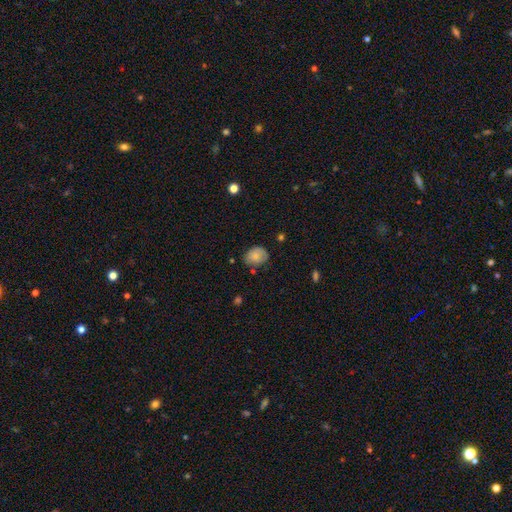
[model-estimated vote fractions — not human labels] Smooth or featured? smooth (79%)
How rounded? in between (62%)
Merging? none (63%)